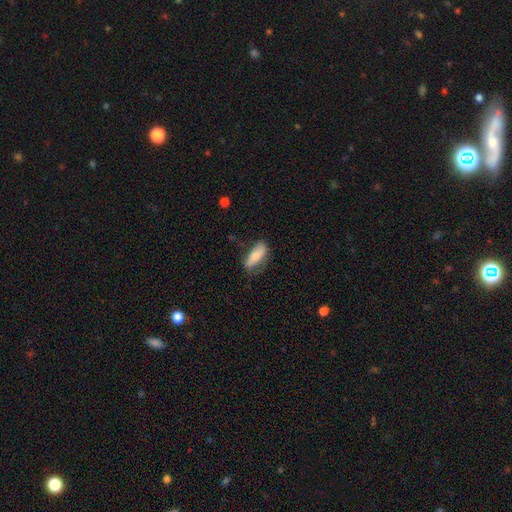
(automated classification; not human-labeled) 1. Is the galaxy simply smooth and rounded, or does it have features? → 69% smooth, 25% featured or disk, 6% star or artifact.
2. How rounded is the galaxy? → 68% in between, 29% cigar-shaped, 3% round.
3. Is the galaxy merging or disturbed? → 66% none, 24% minor disturbance, 8% major disturbance, 2% merger.